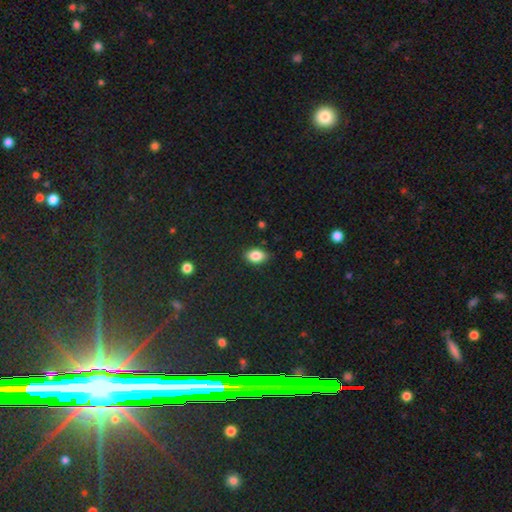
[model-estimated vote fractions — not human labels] Q: Smooth or featured?
A: smooth (85%); runner-up: star or artifact (9%)
Q: How rounded?
A: in between (86%); runner-up: round (12%)
Q: Merging?
A: none (84%); runner-up: minor disturbance (13%)